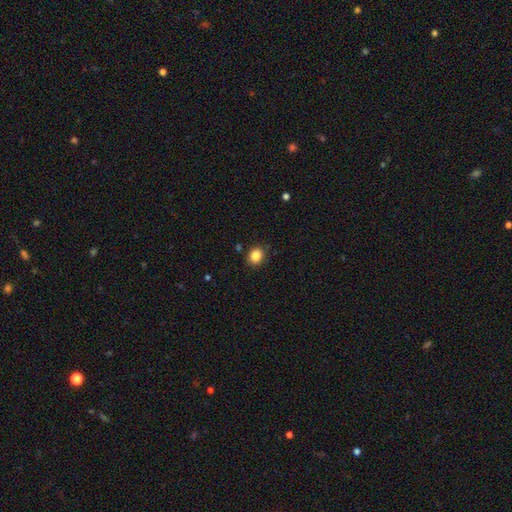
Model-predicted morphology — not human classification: A smooth galaxy with no disk features (85%) that is round (60%).

Vote fractions:
- Smooth or featured? smooth: 85% / star or artifact: 10% / featured or disk: 5%
- How rounded? round: 60% / in between: 40% / cigar-shaped: 1%
- Merging? none: 85% / minor disturbance: 10% / major disturbance: 2% / merger: 2%